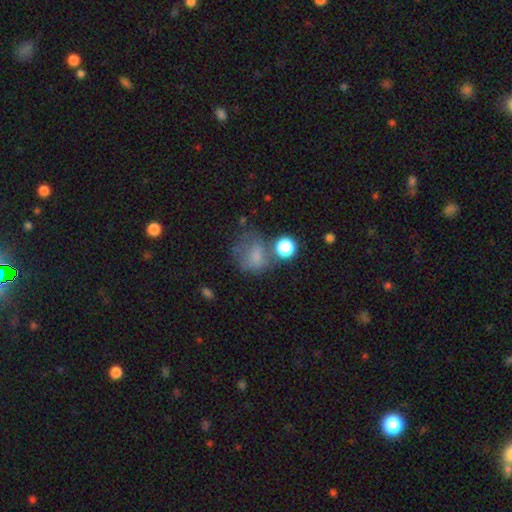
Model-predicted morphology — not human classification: This appears to be a smooth galaxy with no disk features (64%) that is round (62%). Merging: none (39%).